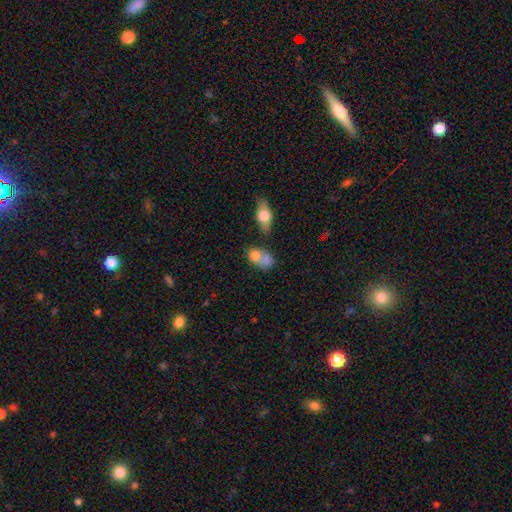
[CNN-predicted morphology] type=smooth (71%); roundness=in between (69%); merging=merger (49%).